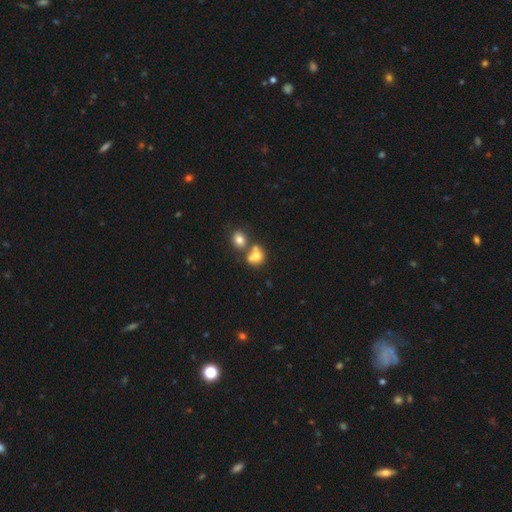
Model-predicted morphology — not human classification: A smooth galaxy with no disk features (73%) that is round (64%).

Vote fractions:
- Smooth or featured? smooth: 73% / featured or disk: 15% / star or artifact: 12%
- How rounded? round: 64% / in between: 34% / cigar-shaped: 1%
- Merging? merger: 51% / none: 34% / minor disturbance: 10% / major disturbance: 5%